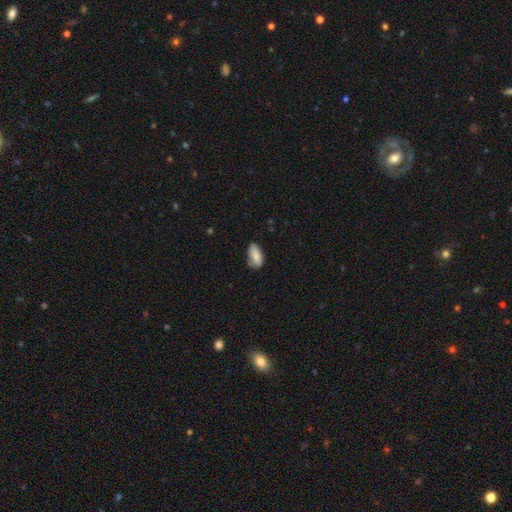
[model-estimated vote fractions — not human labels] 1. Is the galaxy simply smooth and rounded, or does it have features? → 85% smooth, 8% featured or disk, 7% star or artifact.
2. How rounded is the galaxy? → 92% in between, 5% cigar-shaped, 3% round.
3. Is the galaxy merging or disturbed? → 63% none, 30% minor disturbance, 5% major disturbance, 2% merger.